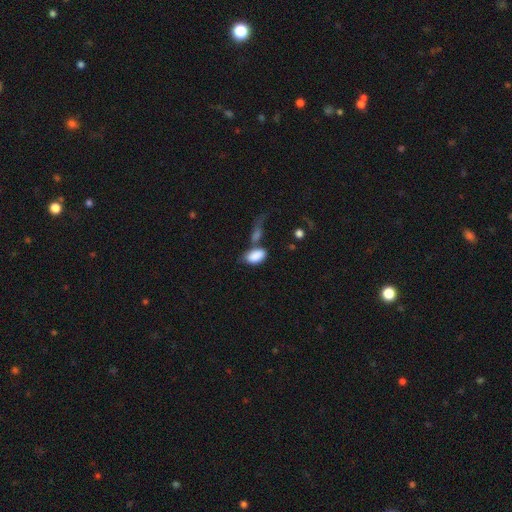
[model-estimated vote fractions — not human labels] This is clearly a smooth galaxy (86%). How rounded: clearly in between (93%). Merging: marginally none (36%).